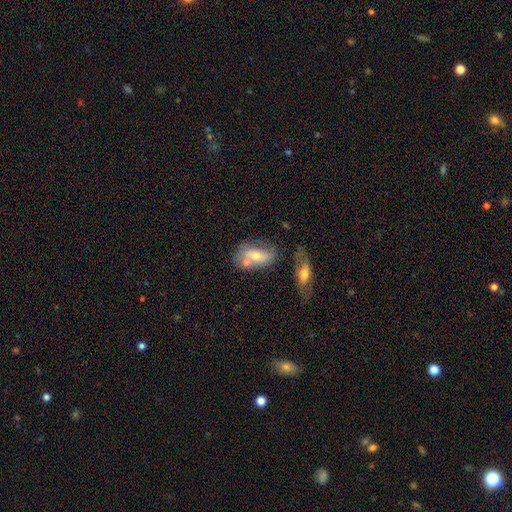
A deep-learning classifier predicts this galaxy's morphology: This appears to be a smooth galaxy with no disk features (50%). Merging: none (43%).